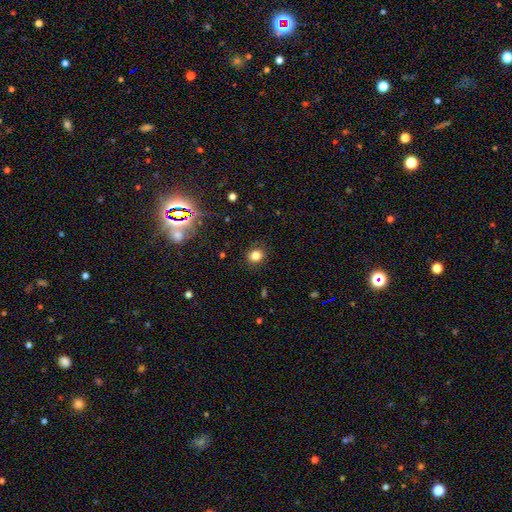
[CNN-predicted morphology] A smooth galaxy with no disk features (81%) that is round (73%). Merging: none (88%).